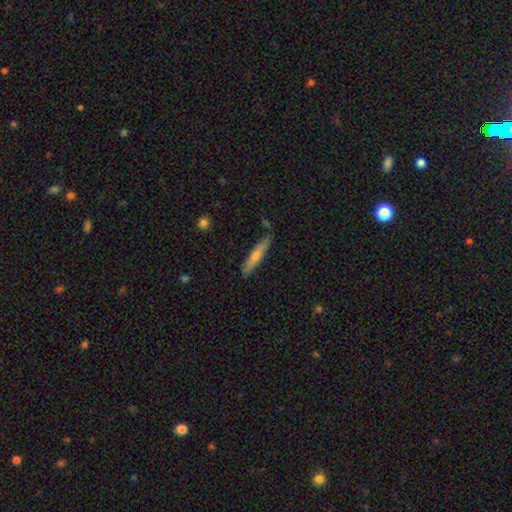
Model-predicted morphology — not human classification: Overall: smooth (55%; featured or disk 39%). How rounded: cigar-shaped (92%). Merging: none (85%).